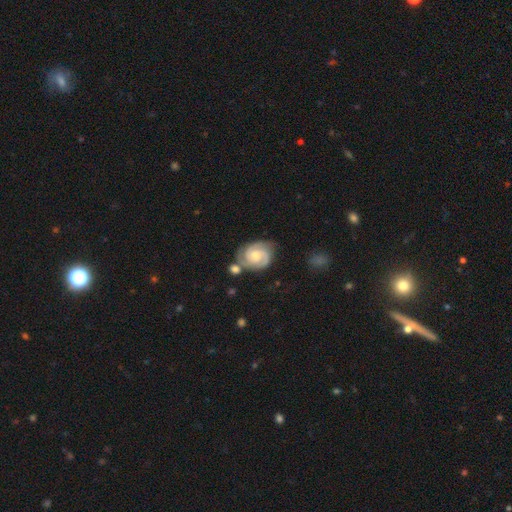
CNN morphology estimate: A featured or disk galaxy (81%) with no bar (64%), 2 (65%) tight (58%) spiral arms (96%) and a moderate central bulge (54%). Merging: none (59%).